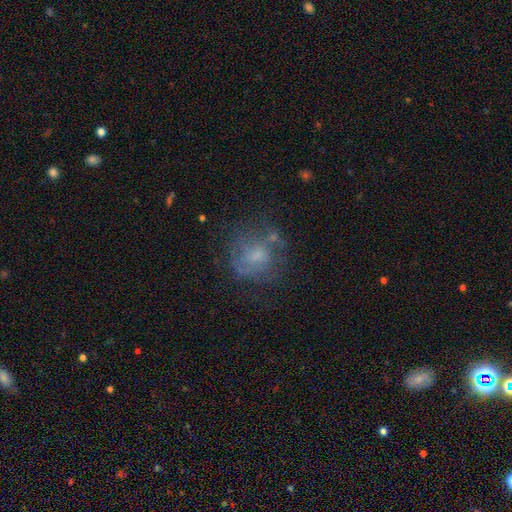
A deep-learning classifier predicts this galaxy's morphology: A featured or disk galaxy (44%). Merging: none (53%).